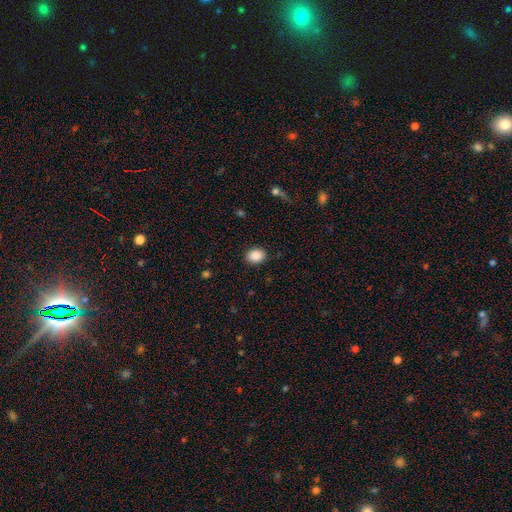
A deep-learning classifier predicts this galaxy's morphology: Smooth or featured? Predicted: smooth (p=0.88). How rounded? Predicted: in between (p=0.58). Merging? Predicted: none (p=0.89).